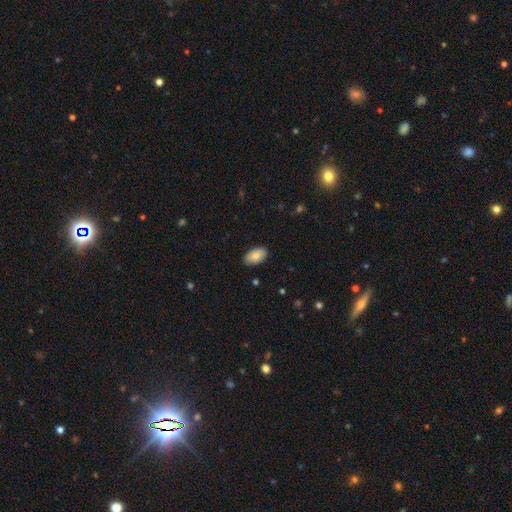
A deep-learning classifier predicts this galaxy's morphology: A smooth galaxy with no disk features (79%) that is in between round and cigar-shaped (94%). Merging: none (85%).